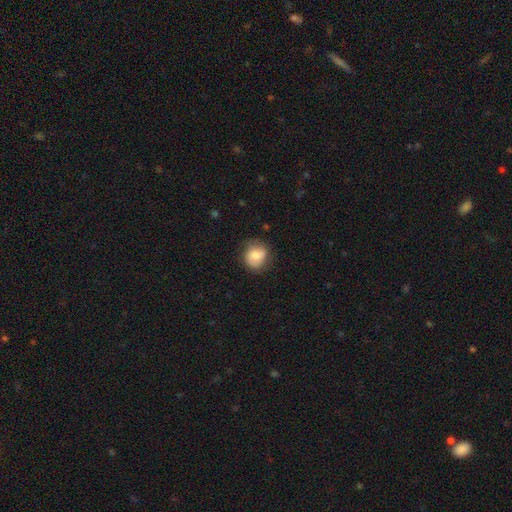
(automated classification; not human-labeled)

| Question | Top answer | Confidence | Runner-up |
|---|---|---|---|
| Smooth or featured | smooth | 73% | featured or disk (19%) |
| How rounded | round | 74% | in between (25%) |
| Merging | none | 72% | minor disturbance (20%) |